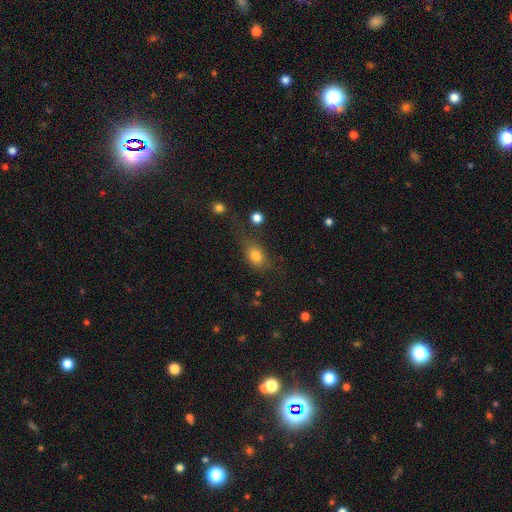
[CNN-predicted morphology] type=smooth (77%); roundness=in between (64%); merging=none (53%).